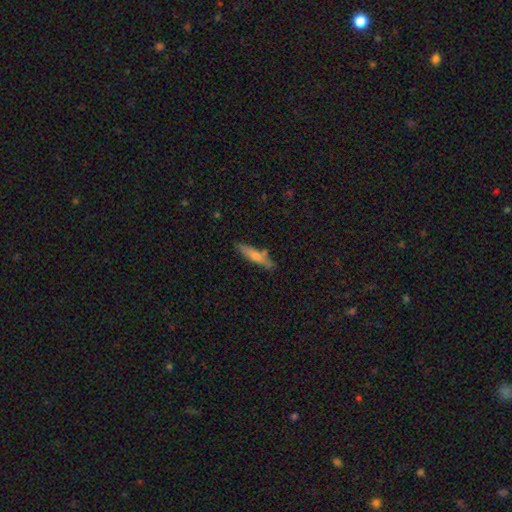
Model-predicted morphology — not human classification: Smooth or featured: smooth — 57% (featured or disk — 36%)
How rounded: cigar-shaped — 80% (in between — 18%)
Merging: none — 77% (minor disturbance — 15%)